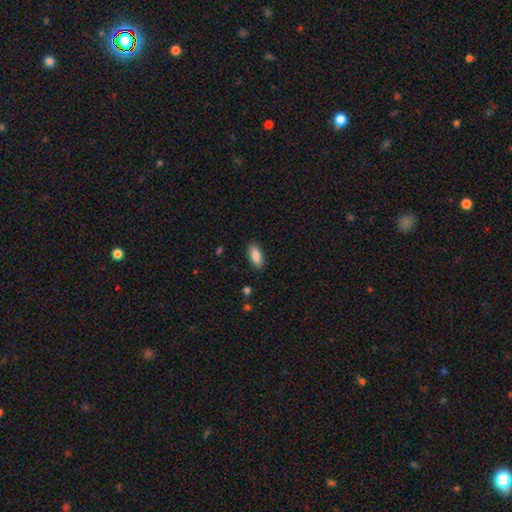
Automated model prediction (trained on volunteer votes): smooth-or-featured: smooth: 89% | star or artifact: 7% | featured or disk: 5%
  how-rounded: in between: 87% | cigar-shaped: 10% | round: 2%
  merging: none: 88% | minor disturbance: 9% | major disturbance: 2% | merger: 1%